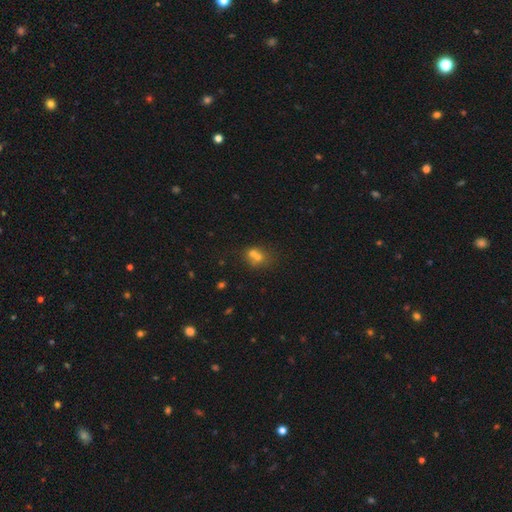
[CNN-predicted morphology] Smooth or featured?
  - smooth: 63% *
  - featured or disk: 22%
  - star or artifact: 16%
How rounded?
  - round: 64% *
  - in between: 35%
  - cigar-shaped: 1%
Merging?
  - merger: 61% *
  - none: 28%
  - minor disturbance: 7%
  - major disturbance: 4%